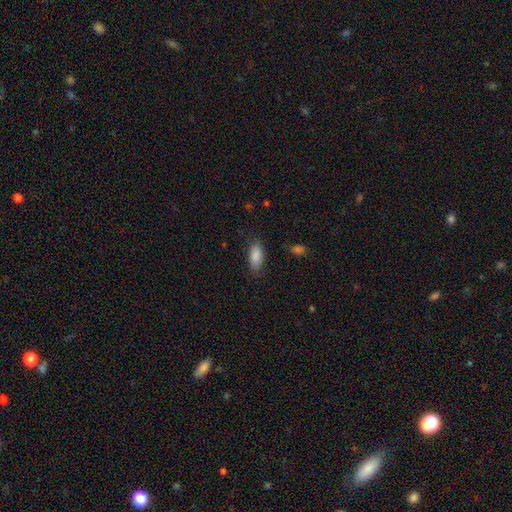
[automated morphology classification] This is clearly a smooth galaxy (88%). How rounded: clearly in between (88%). Merging: clearly none (81%).